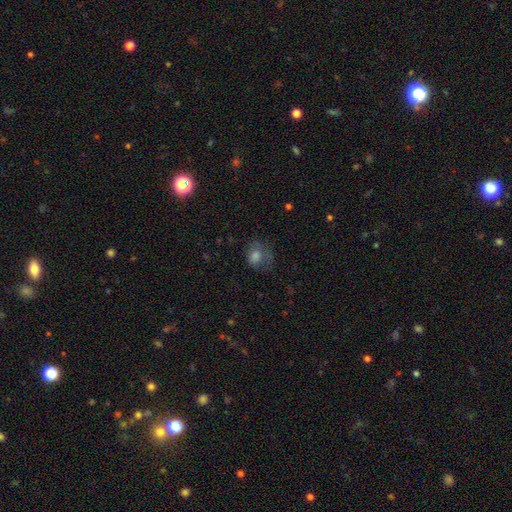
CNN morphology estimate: A smooth galaxy with no disk features (62%) that is round (52%).

Vote fractions:
- Smooth or featured? smooth: 62% / star or artifact: 19% / featured or disk: 19%
- How rounded? round: 52% / in between: 46% / cigar-shaped: 1%
- Merging? none: 45% / major disturbance: 29% / minor disturbance: 24% / merger: 2%